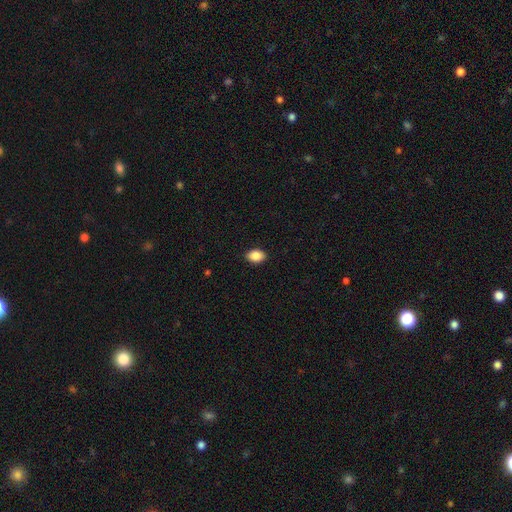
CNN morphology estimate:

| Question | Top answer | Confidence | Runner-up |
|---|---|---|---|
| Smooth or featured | smooth | 89% | star or artifact (8%) |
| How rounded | in between | 83% | round (16%) |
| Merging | none | 90% | minor disturbance (7%) |